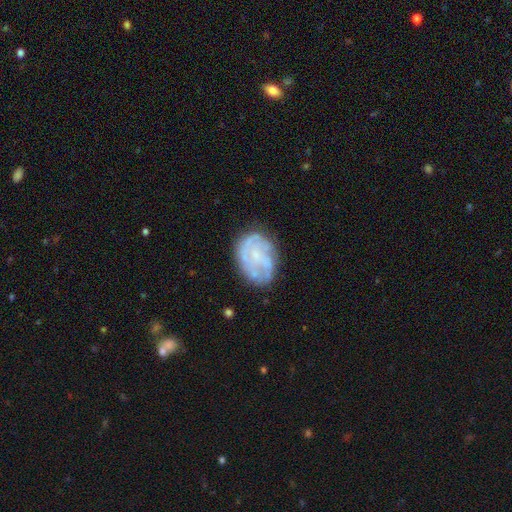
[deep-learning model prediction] featured or disk 67%, smooth 25%, star or artifact 8%. Down the decision tree: edge-on disk — no (98%); bar — no (76%); spiral arms — yes (68%); bulge size — small (56%); merging — none (65%).